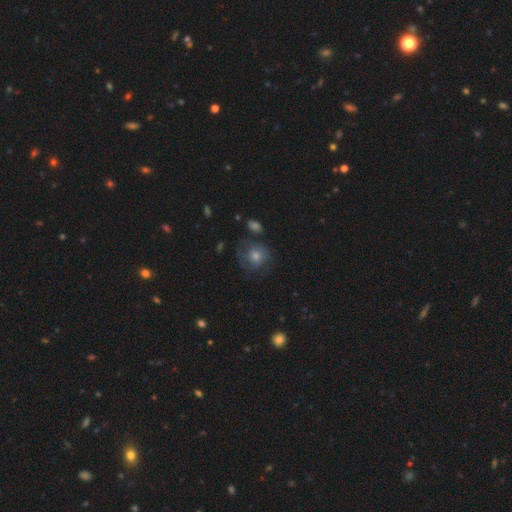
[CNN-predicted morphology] type=smooth (42%); merging=none (70%).